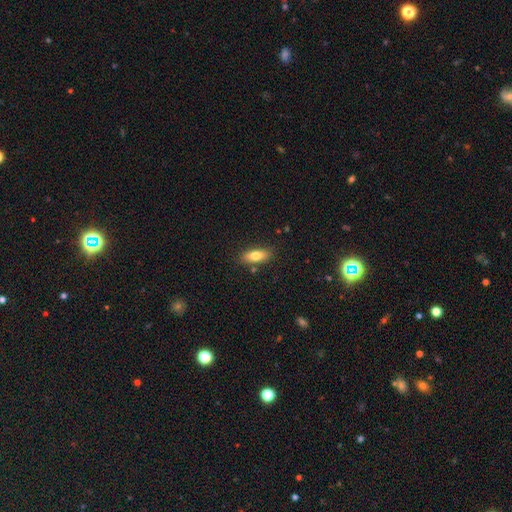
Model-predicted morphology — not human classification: smooth 76%, featured or disk 16%, star or artifact 7%. Down the decision tree: how rounded — in between (76%); merging — none (82%).